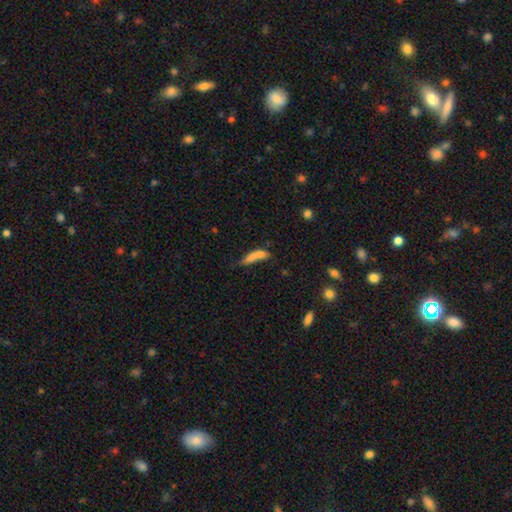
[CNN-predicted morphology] The model was most divided on "merging": merger: 33%, none: 29%, minor disturbance: 19%, major disturbance: 18%. More confident: smooth or featured — smooth (69%); how rounded — cigar-shaped (58%).